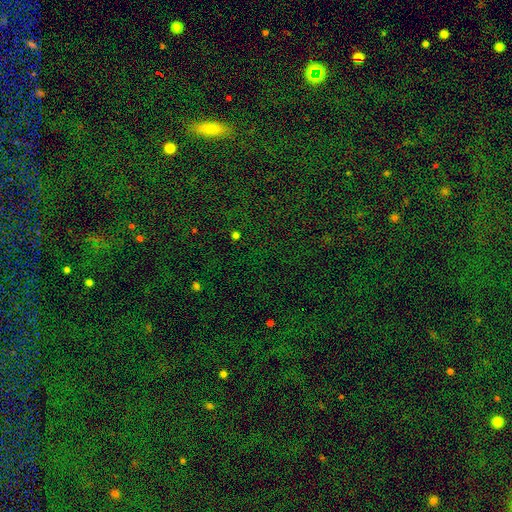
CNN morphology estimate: Q: Smooth or featured?
A: star or artifact (73%); runner-up: smooth (18%)